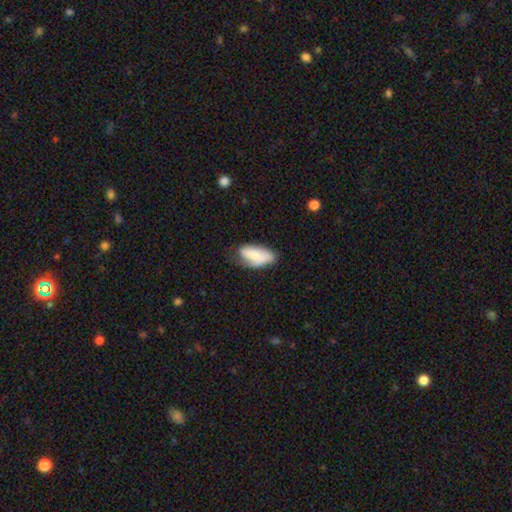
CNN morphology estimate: The model was most divided on "merging": none: 51%, minor disturbance: 34%, major disturbance: 13%, merger: 3%. More confident: how rounded — in between (88%); smooth or featured — smooth (64%).